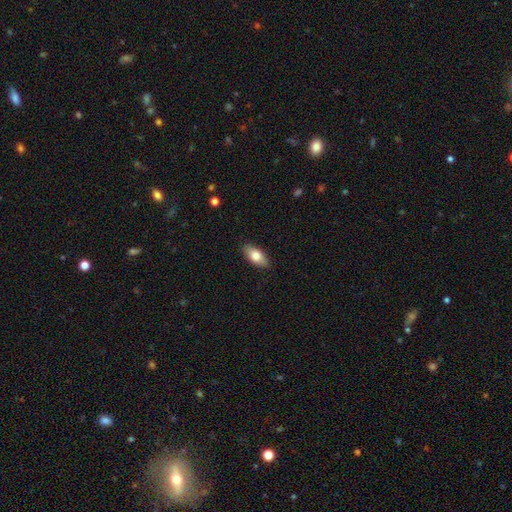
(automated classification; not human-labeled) Morphology: type=smooth (78%); roundness=in between (86%); merging=none (88%).